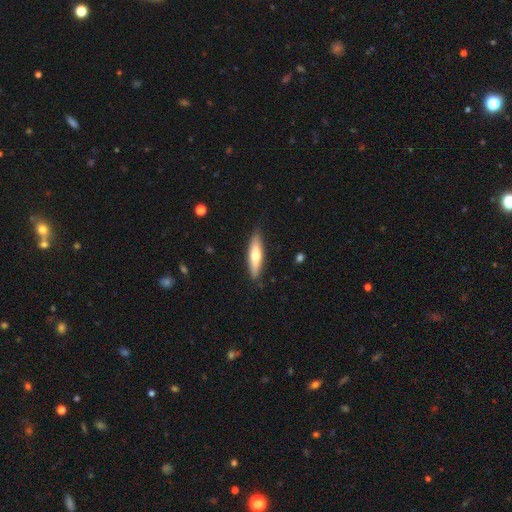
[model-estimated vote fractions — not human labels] Overall: smooth (60%; featured or disk 34%). How rounded: cigar-shaped (68%; in between 30%). Merging: none (86%).